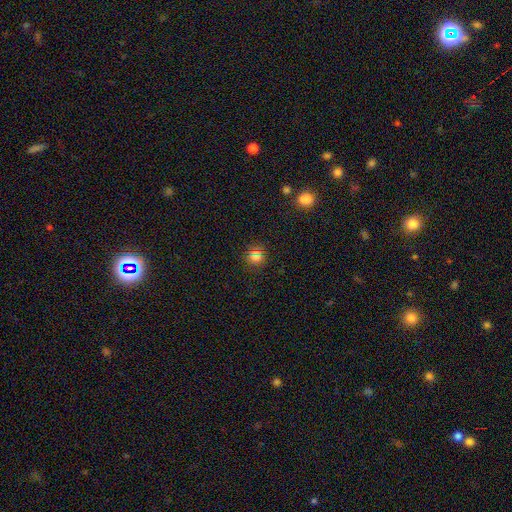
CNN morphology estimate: type=smooth (64%); roundness=round (88%); merging=none (87%).